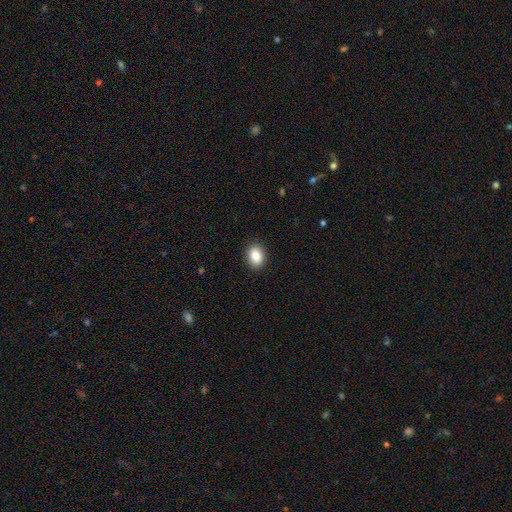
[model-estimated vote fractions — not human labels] Q: Smooth or featured?
A: smooth (87%); runner-up: star or artifact (8%)
Q: How rounded?
A: in between (71%); runner-up: round (28%)
Q: Merging?
A: none (90%); runner-up: minor disturbance (7%)